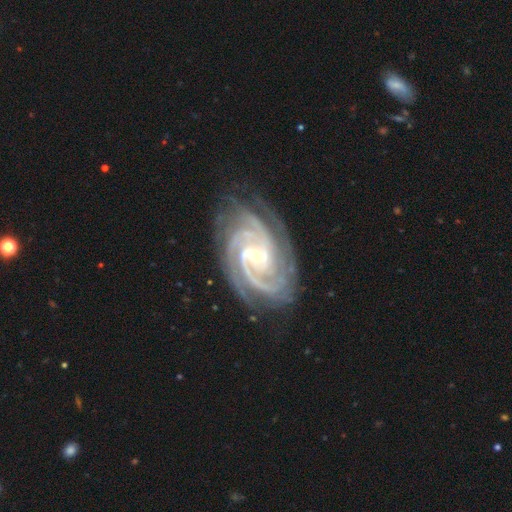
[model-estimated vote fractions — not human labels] Morphology: type=featured or disk (93%); edge-on=no (97%); bar=weak (47%); spiral arms=yes (99%); winding=tight (72%); arm count=3 (30%); bulge=small (53%); merging=none (79%).